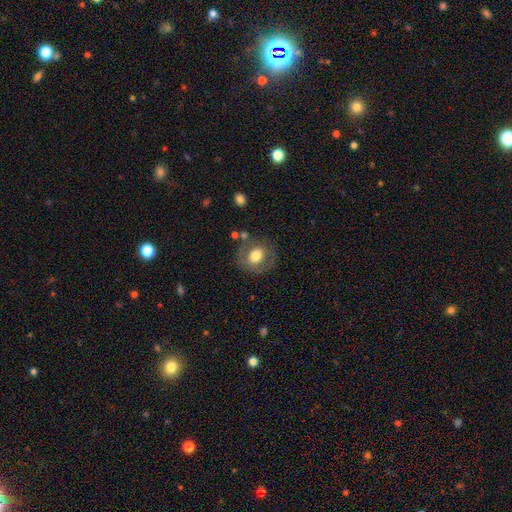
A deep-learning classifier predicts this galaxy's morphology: Smooth or featured? smooth (61%)
How rounded? round (72%)
Merging? none (73%)